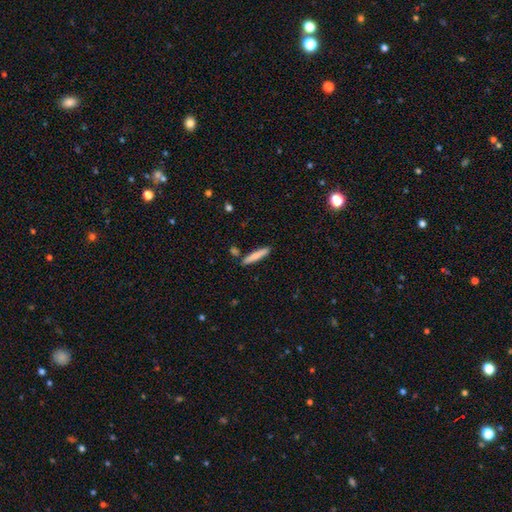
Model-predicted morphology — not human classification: smooth-or-featured: smooth: 78% | featured or disk: 16% | star or artifact: 6%
  how-rounded: cigar-shaped: 92% | in between: 7% | round: 1%
  merging: none: 86% | minor disturbance: 9% | merger: 4% | major disturbance: 2%